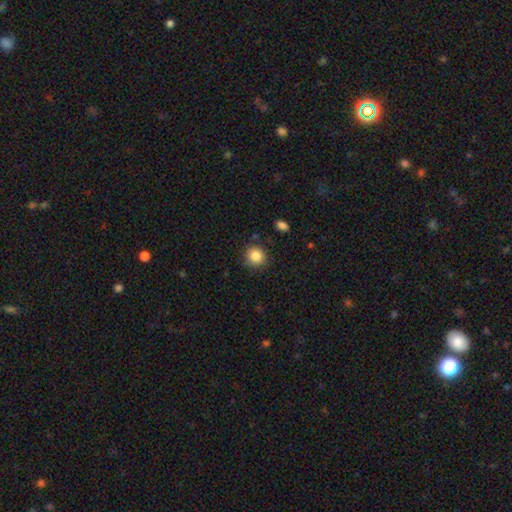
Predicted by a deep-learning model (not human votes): Overall: smooth (85%). How rounded: round (90%). Merging: none (86%).